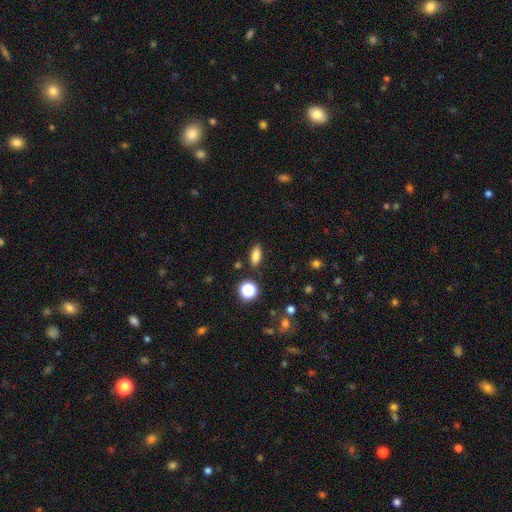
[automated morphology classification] This is clearly a smooth galaxy (80%). How rounded: likely in between (72%). Merging: clearly none (86%).